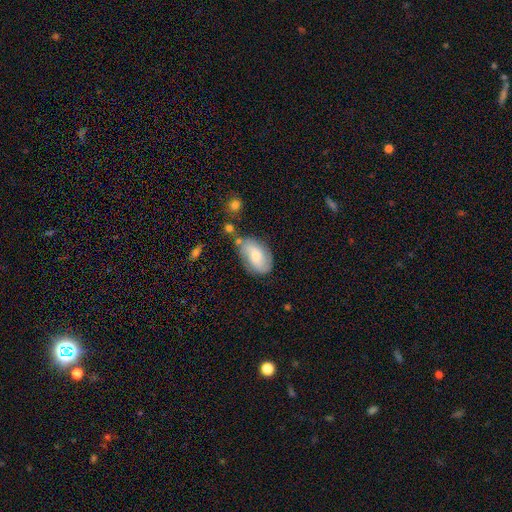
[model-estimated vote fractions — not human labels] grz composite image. It shows a smooth galaxy with no disk features (47%). Merging: none (64%).